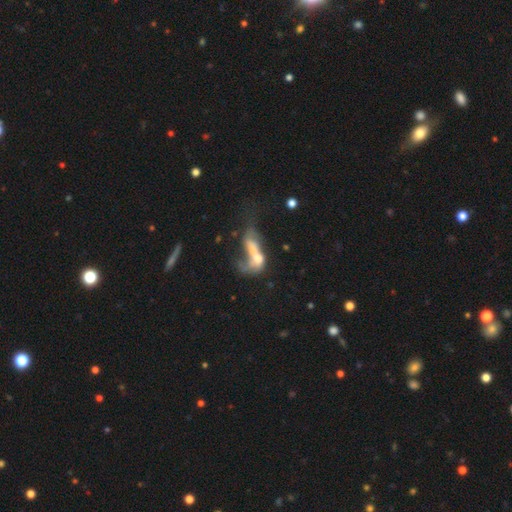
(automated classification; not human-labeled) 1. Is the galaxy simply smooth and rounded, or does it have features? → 45% smooth, 44% featured or disk, 11% star or artifact.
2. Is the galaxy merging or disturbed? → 59% merger, 25% major disturbance, 10% none, 6% minor disturbance.